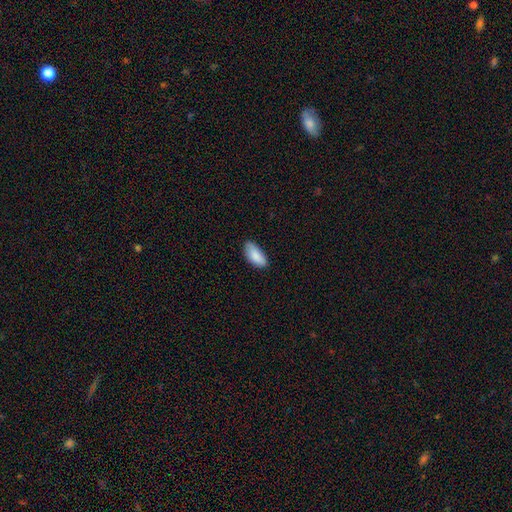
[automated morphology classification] Smooth or featured: smooth — 88% (star or artifact — 6%)
How rounded: in between — 91% (cigar-shaped — 7%)
Merging: none — 77% (minor disturbance — 19%)